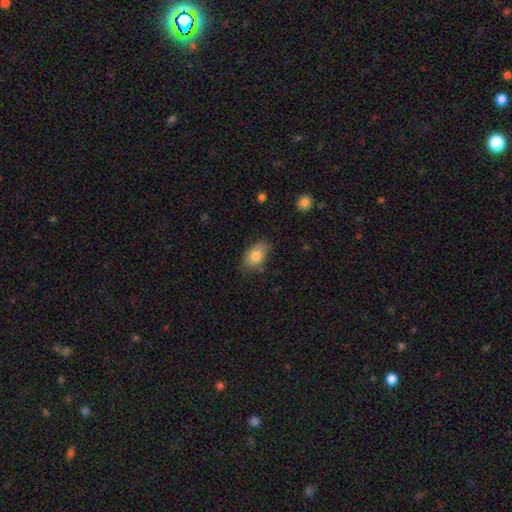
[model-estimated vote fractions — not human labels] smooth 80%, featured or disk 12%, star or artifact 8%. Down the decision tree: how rounded — in between (86%); merging — none (73%).